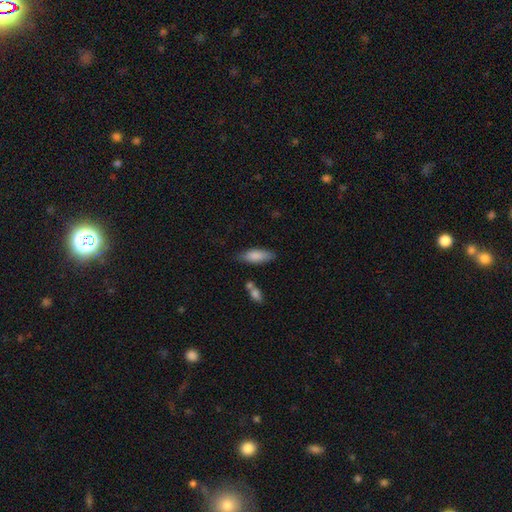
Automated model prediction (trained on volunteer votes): Smooth or featured: smooth — 83% (featured or disk — 10%)
How rounded: in between — 66% (cigar-shaped — 32%)
Merging: none — 74% (minor disturbance — 17%)